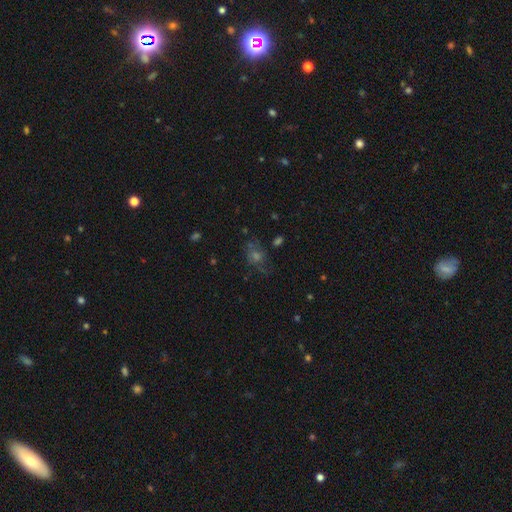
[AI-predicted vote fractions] A star or artifact, not a galaxy (36%).